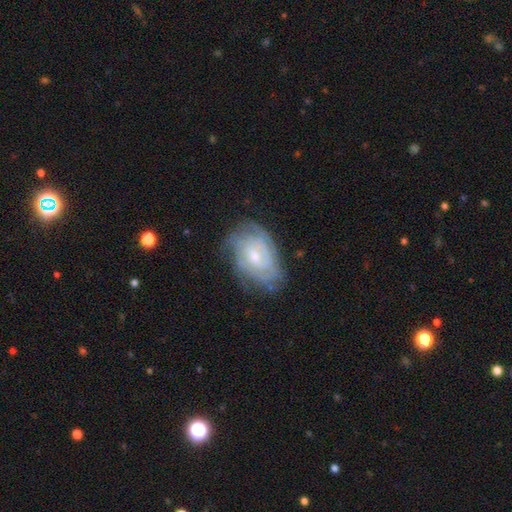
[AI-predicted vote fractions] smooth_or_featured: featured or disk (p=0.79) [alt: smooth p=0.14]
disk_edge_on: no (p=0.96) [alt: yes p=0.04]
bar: no (p=0.53) [alt: weak p=0.40]
has_spiral_arms: yes (p=0.92) [alt: no p=0.08]
spiral_winding: tight (p=0.72) [alt: medium p=0.22]
spiral_arm_count: can't tell (p=0.48) [alt: 2 p=0.18]
bulge_size: small (p=0.51) [alt: moderate p=0.44]
merging: none (p=0.69) [alt: minor disturbance p=0.22]